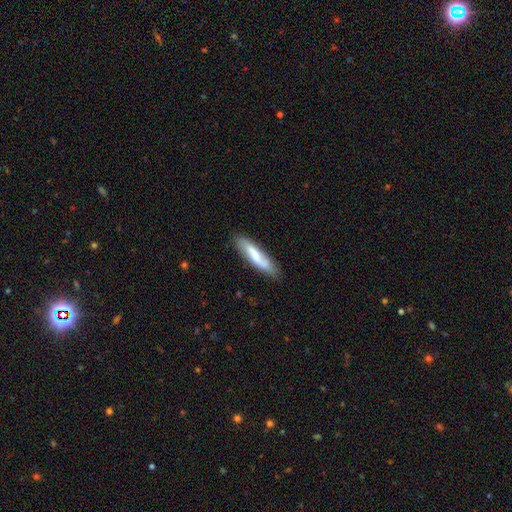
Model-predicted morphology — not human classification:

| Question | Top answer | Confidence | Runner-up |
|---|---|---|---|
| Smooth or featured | smooth | 62% | featured or disk (32%) |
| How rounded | cigar-shaped | 74% | in between (24%) |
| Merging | none | 80% | minor disturbance (15%) |